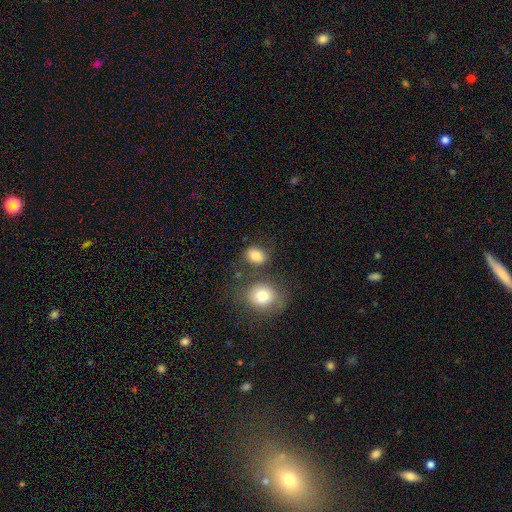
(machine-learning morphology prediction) smooth-or-featured: smooth: 81% | star or artifact: 11% | featured or disk: 8%
  how-rounded: in between: 59% | round: 40% | cigar-shaped: 1%
  merging: none: 66% | merger: 15% | minor disturbance: 14% | major disturbance: 6%